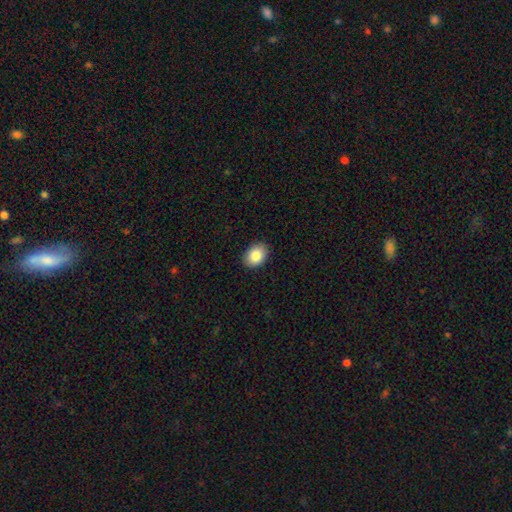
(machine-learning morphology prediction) Smooth or featured: smooth — 85% (featured or disk — 8%)
How rounded: in between — 73% (round — 26%)
Merging: none — 89% (minor disturbance — 8%)